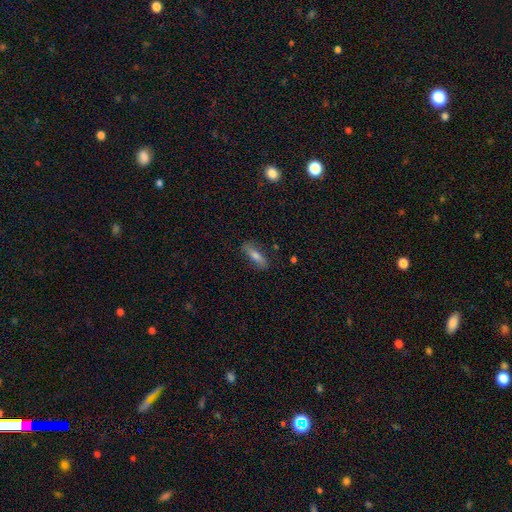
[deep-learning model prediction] Smooth or featured?
  - smooth: 65% *
  - featured or disk: 27%
  - star or artifact: 7%
How rounded?
  - cigar-shaped: 56% *
  - in between: 41%
  - round: 3%
Merging?
  - none: 82% *
  - minor disturbance: 13%
  - major disturbance: 3%
  - merger: 2%